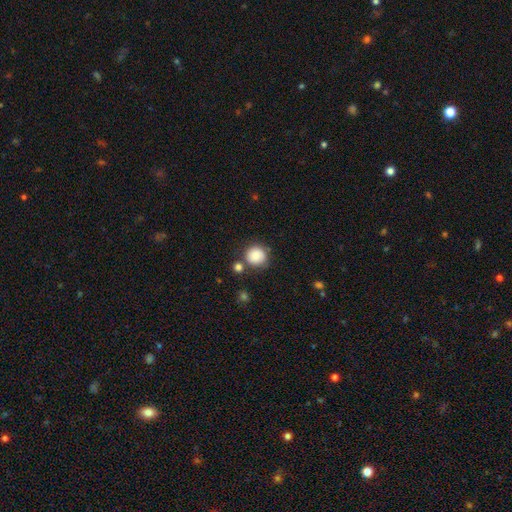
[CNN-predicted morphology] smooth_or_featured: smooth (p=0.86) [alt: star or artifact p=0.09]
how_rounded: round (p=0.91) [alt: in between p=0.08]
merging: none (p=0.74) [alt: minor disturbance p=0.13]